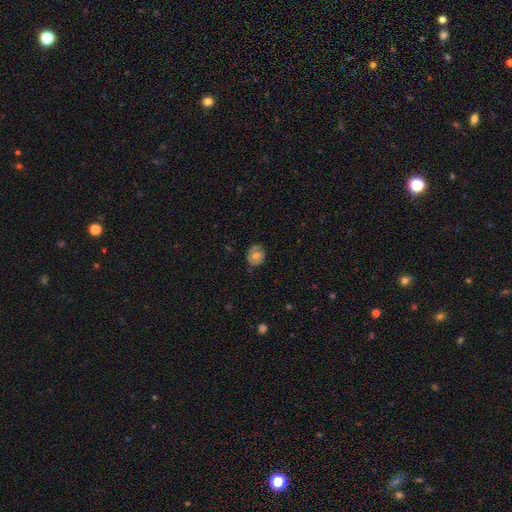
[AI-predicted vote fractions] Q: Smooth or featured?
A: smooth (58%); runner-up: featured or disk (33%)
Q: How rounded?
A: round (80%); runner-up: in between (19%)
Q: Merging?
A: none (77%); runner-up: minor disturbance (17%)